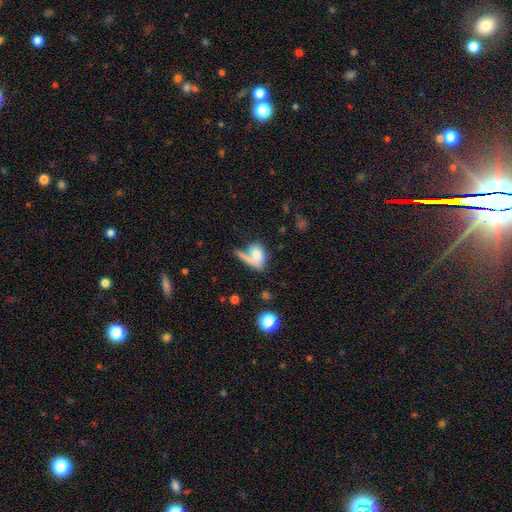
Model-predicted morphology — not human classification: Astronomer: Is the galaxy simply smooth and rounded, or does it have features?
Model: smooth — 68%.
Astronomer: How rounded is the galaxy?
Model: in between — 72%.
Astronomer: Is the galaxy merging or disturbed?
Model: none — 36% (runner-up: merger, 34%).